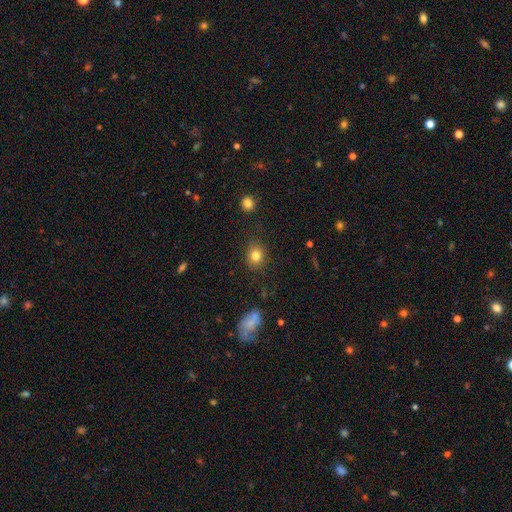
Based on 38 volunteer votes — smooth 89%, star or artifact 8%, featured or disk 3%. Down the decision tree: how rounded — round (56%); merging — none (74%).